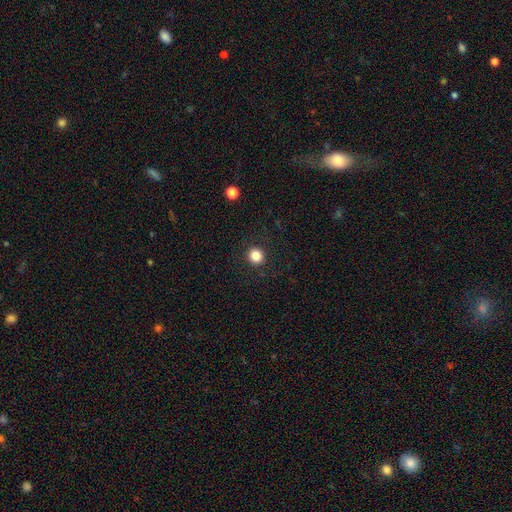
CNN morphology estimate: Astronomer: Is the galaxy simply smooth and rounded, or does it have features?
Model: smooth — 84%.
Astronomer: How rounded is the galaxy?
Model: round — 92%.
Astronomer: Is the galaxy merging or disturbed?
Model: none — 92%.